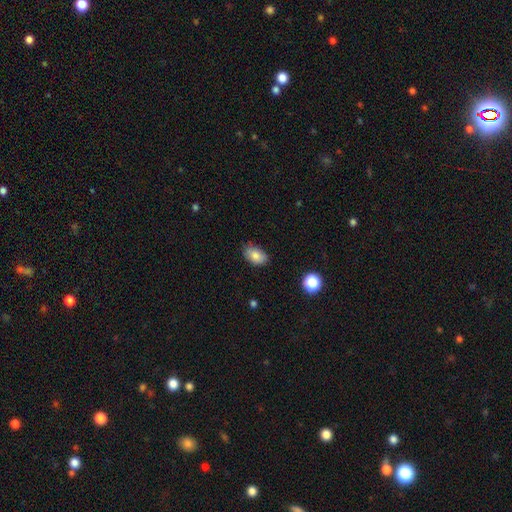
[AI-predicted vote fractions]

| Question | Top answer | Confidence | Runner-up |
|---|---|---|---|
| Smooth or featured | smooth | 82% | featured or disk (9%) |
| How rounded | in between | 89% | round (10%) |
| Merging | none | 75% | minor disturbance (20%) |